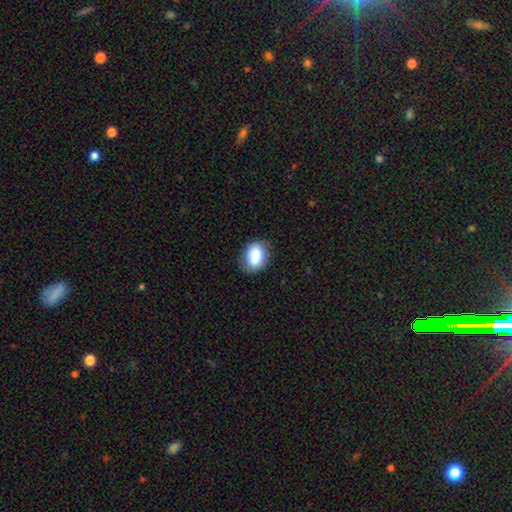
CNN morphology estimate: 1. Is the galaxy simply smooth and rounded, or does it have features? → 81% smooth, 12% featured or disk, 8% star or artifact.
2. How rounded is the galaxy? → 71% in between, 28% round, 1% cigar-shaped.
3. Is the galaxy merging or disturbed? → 79% none, 16% minor disturbance, 4% major disturbance, 1% merger.